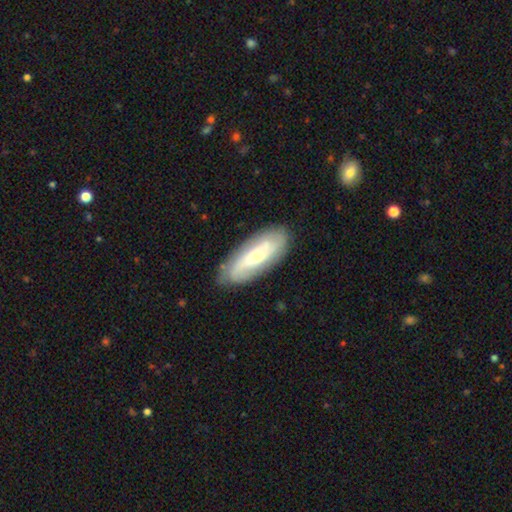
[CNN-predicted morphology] A featured or disk galaxy (49%). Merging: none (79%).